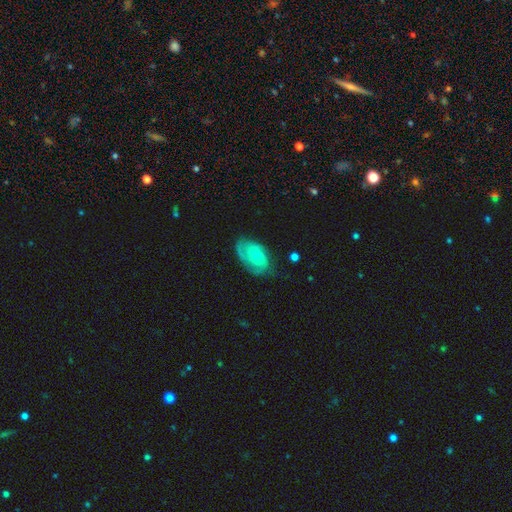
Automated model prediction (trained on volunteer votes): Q: Smooth or featured?
A: featured or disk (62%); runner-up: smooth (31%)
Q: Edge-on disk?
A: no (96%); runner-up: yes (4%)
Q: Bar?
A: no (77%); runner-up: weak (20%)
Q: Spiral arms?
A: yes (84%); runner-up: no (16%)
Q: Spiral winding?
A: tight (48%); runner-up: medium (36%)
Q: Spiral arm count?
A: 2 (46%); runner-up: can't tell (29%)
Q: Bulge size?
A: small (71%); runner-up: moderate (22%)
Q: Merging?
A: none (58%); runner-up: minor disturbance (27%)